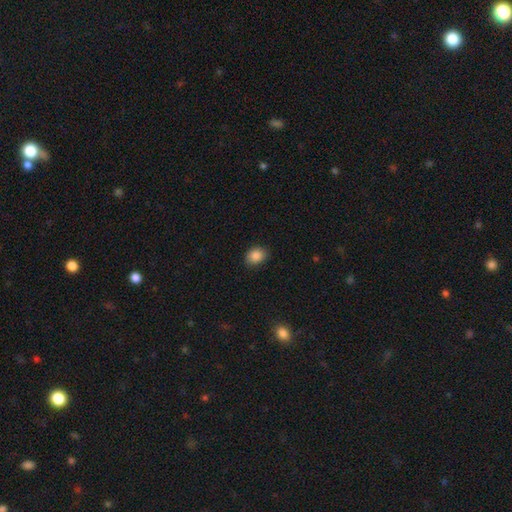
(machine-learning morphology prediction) This is clearly a smooth galaxy (87%). How rounded: possibly in between (60%). Merging: clearly none (82%).